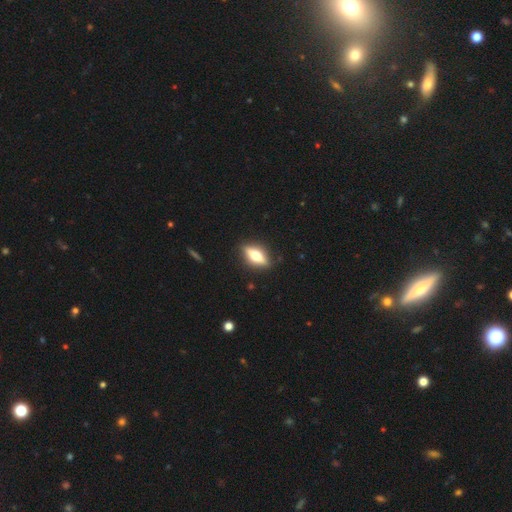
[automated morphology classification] This is possibly a featured or disk galaxy (49%). Merging: clearly none (87%).